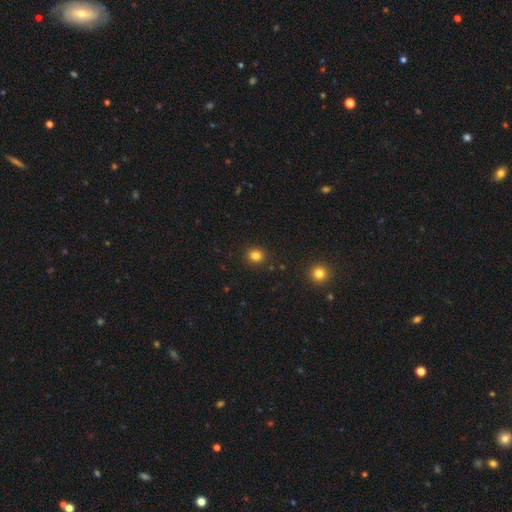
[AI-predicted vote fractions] Smooth or featured: smooth — 82% (star or artifact — 13%)
How rounded: round — 83% (in between — 16%)
Merging: none — 90% (minor disturbance — 6%)